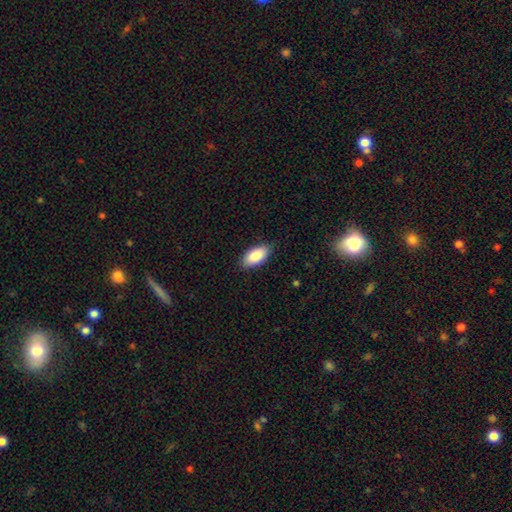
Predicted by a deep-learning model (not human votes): smooth_or_featured: smooth (p=0.88) [alt: featured or disk p=0.06]
how_rounded: in between (p=0.92) [alt: cigar-shaped p=0.05]
merging: none (p=0.86) [alt: minor disturbance p=0.11]